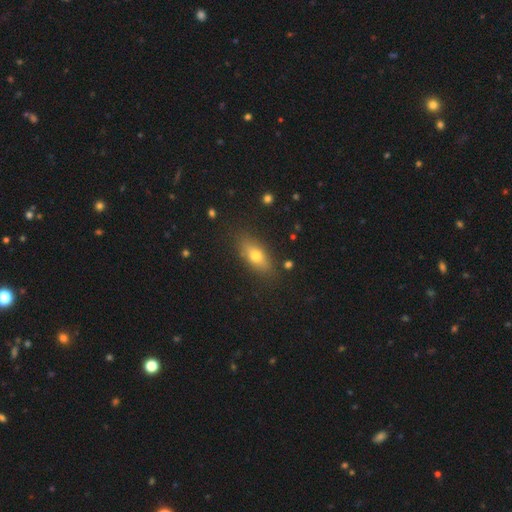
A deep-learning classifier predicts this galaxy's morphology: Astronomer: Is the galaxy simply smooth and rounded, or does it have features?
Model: smooth — 66%.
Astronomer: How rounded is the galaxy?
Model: in between — 70%.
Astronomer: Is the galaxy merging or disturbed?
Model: none — 85%.